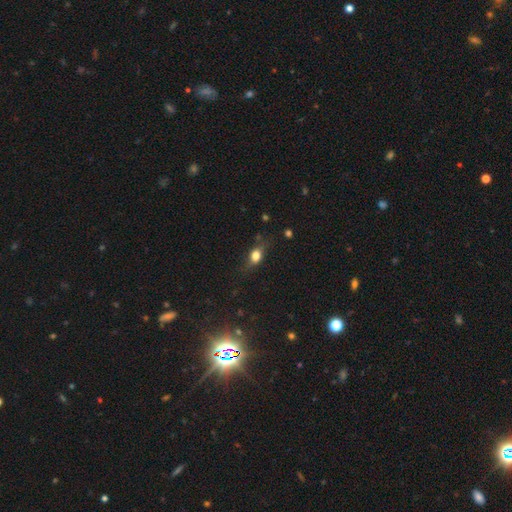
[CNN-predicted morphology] This appears to be a smooth galaxy with no disk features (74%) that is in between round and cigar-shaped (63%). Merging: none (67%).